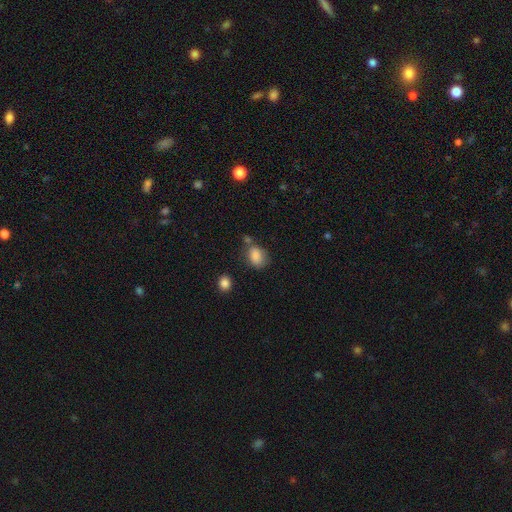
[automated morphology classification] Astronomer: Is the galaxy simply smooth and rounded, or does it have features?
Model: smooth — 84%.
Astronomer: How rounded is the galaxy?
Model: in between — 65%.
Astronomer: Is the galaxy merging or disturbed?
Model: none — 55%.